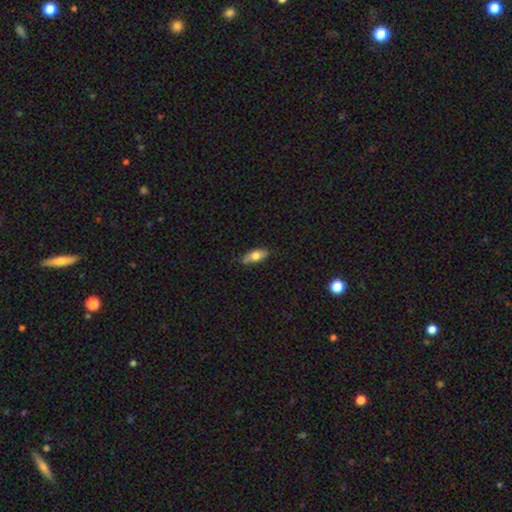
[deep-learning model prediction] Smooth or featured: smooth — 69% (featured or disk — 24%)
How rounded: in between — 76% (cigar-shaped — 21%)
Merging: none — 75% (minor disturbance — 20%)